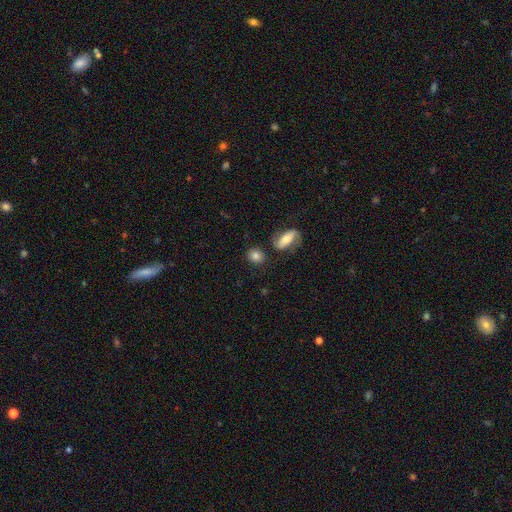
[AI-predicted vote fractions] Smooth or featured? Predicted: smooth (p=0.80). How rounded? Predicted: round (p=0.64). Merging? Predicted: none (p=0.76).